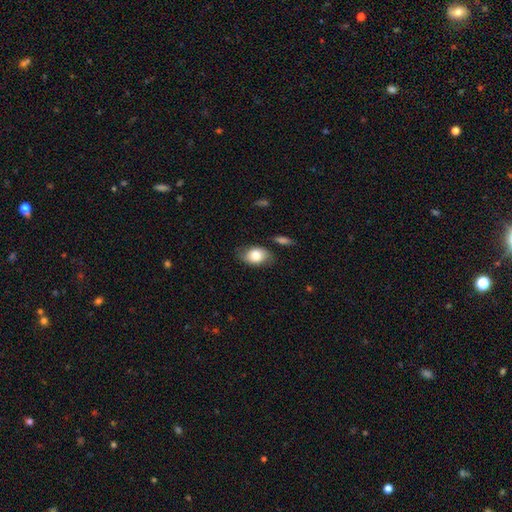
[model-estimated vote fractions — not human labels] A smooth galaxy with no disk features (80%) that is in between round and cigar-shaped (83%).

Vote fractions:
- Smooth or featured? smooth: 80% / featured or disk: 13% / star or artifact: 7%
- How rounded? in between: 83% / round: 16% / cigar-shaped: 1%
- Merging? none: 75% / minor disturbance: 18% / major disturbance: 4% / merger: 3%